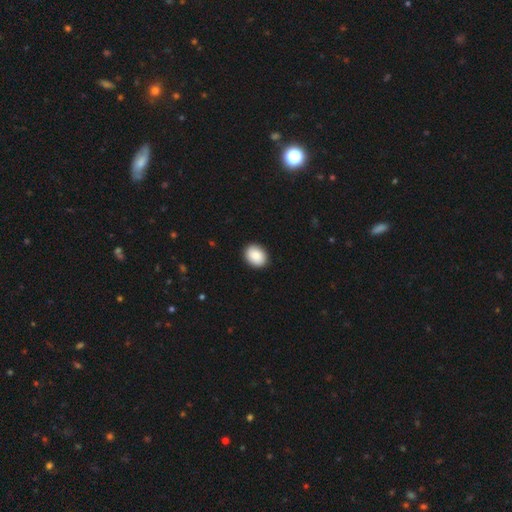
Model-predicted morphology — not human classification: This appears to be a smooth galaxy with no disk features (89%) that is in between round and cigar-shaped (58%). Merging: none (91%).